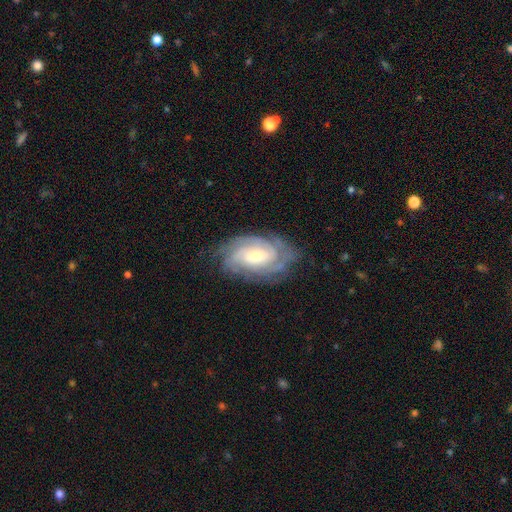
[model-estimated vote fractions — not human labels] The model was most divided on "bar": no: 48%, weak: 40%, strong: 12%. Remaining: spiral arms — yes (97%); edge-on disk — no (96%); smooth or featured — featured or disk (85%); merging — none (75%); spiral winding — tight (70%); bulge size — moderate (53%); spiral arm count — can't tell (31%).